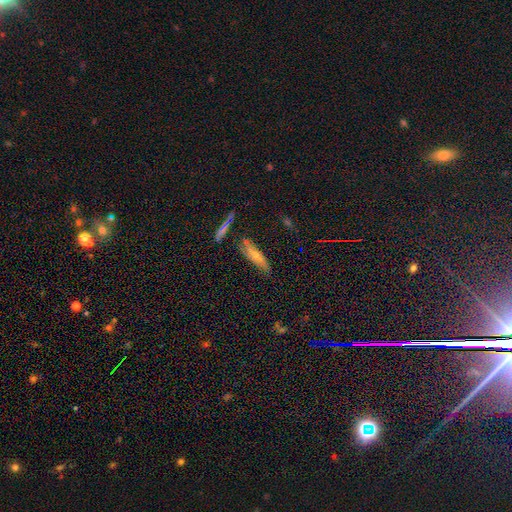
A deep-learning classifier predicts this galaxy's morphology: Smooth or featured?
  - smooth: 59% *
  - featured or disk: 33%
  - star or artifact: 8%
How rounded?
  - cigar-shaped: 67% *
  - in between: 31%
  - round: 2%
Merging?
  - none: 65% *
  - minor disturbance: 22%
  - merger: 8%
  - major disturbance: 6%